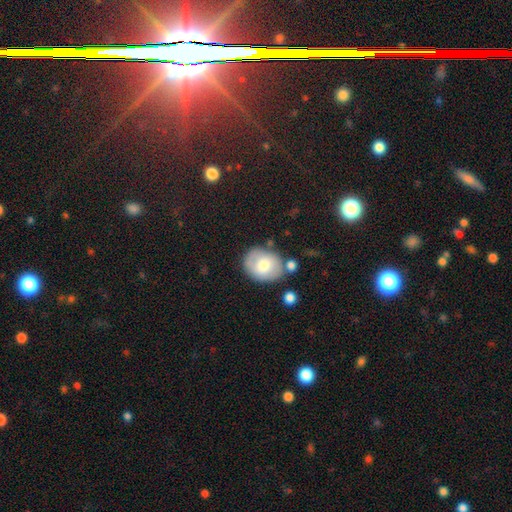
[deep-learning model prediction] Smooth or featured? Predicted: smooth (p=0.61). How rounded? Predicted: round (p=0.50). Merging? Predicted: none (p=0.71).